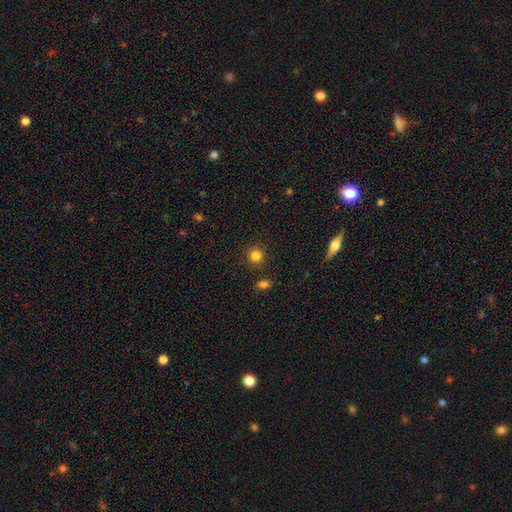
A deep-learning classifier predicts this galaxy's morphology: smooth_or_featured: smooth (p=0.83) [alt: star or artifact p=0.13]
how_rounded: round (p=0.92) [alt: in between p=0.07]
merging: none (p=0.89) [alt: minor disturbance p=0.06]